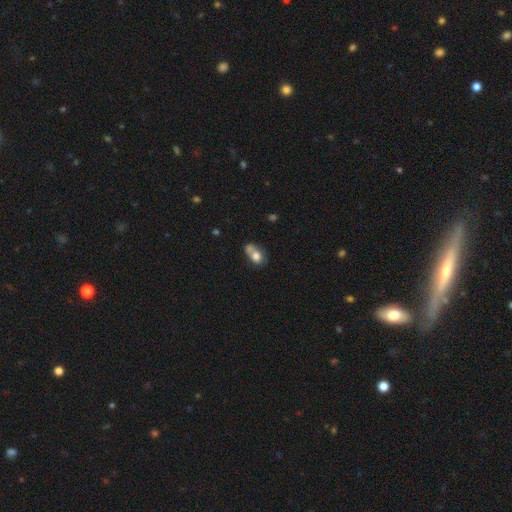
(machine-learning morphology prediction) The model was most divided on "how rounded": in between: 51%, round: 47%, cigar-shaped: 1%. More confident: smooth or featured — smooth (73%); merging — merger (53%).